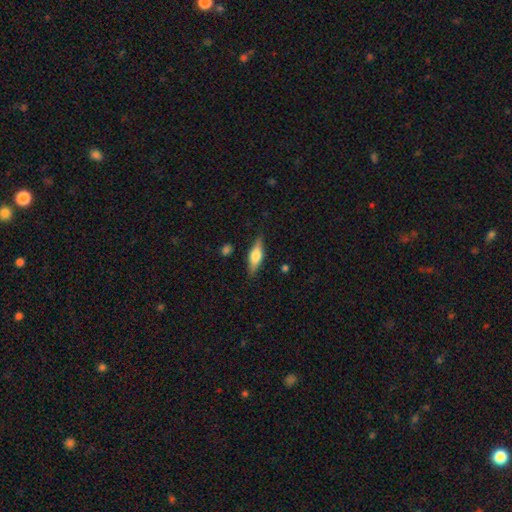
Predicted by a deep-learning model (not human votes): Smooth or featured?
  - featured or disk: 48% *
  - smooth: 46%
  - star or artifact: 7%
Merging?
  - none: 84% *
  - minor disturbance: 11%
  - major disturbance: 3%
  - merger: 2%